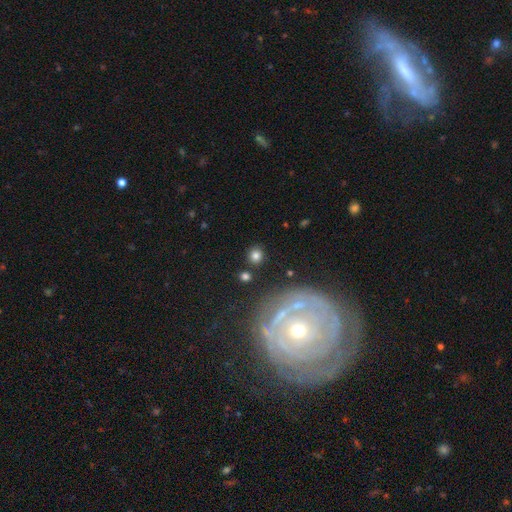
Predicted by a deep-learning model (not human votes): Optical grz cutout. It shows a smooth galaxy with no disk features (77%) that is round (85%). Merging: none (85%).